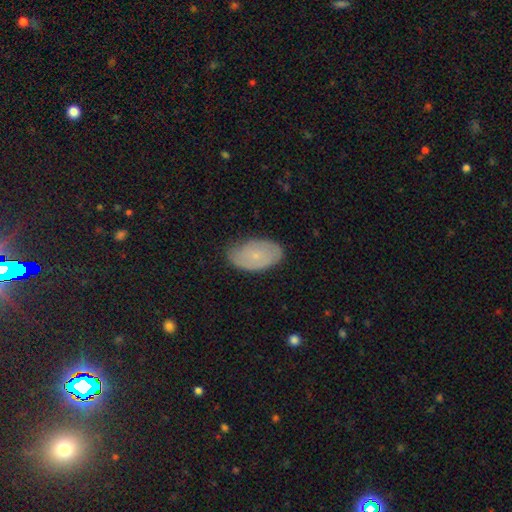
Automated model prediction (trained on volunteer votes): Morphology: type=smooth (55%); roundness=in between (92%); merging=none (75%).